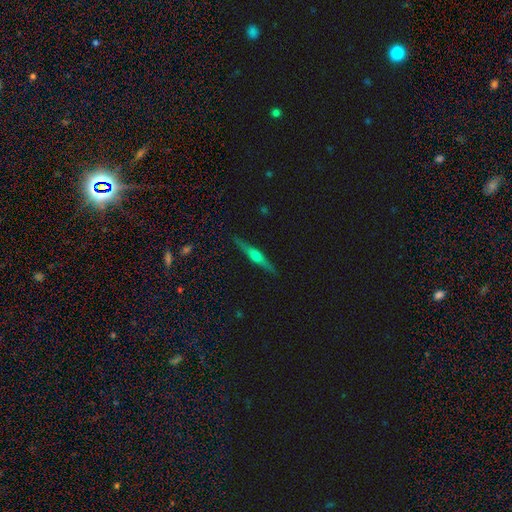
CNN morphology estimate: This is likely a featured or disk galaxy (70%). It is clearly viewed edge-on (97%). Edge-on bulge: clearly rounded (90%). Merging: clearly none (90%).